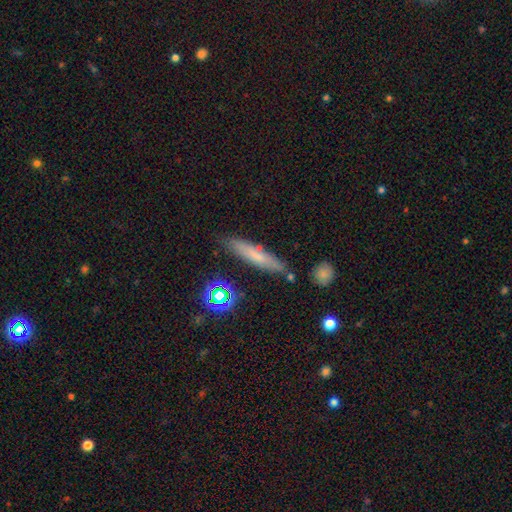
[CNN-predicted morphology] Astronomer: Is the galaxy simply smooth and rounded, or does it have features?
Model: smooth — 63%.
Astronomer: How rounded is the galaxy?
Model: cigar-shaped — 87%.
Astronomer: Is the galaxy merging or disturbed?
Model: none — 81%.